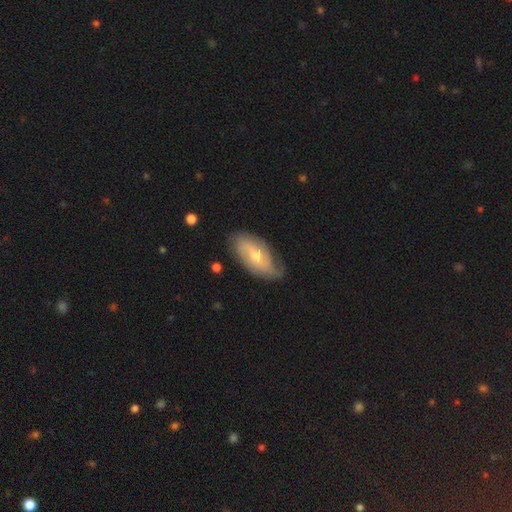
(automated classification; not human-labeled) This appears to be a featured or disk galaxy (64%) with no bar (50%), spiral arms (84%) and a moderate central bulge (54%). Merging: none (68%).